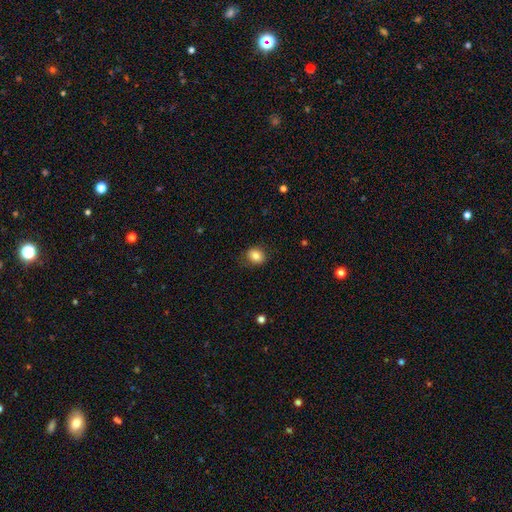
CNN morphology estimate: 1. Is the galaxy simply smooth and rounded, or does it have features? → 83% smooth, 9% star or artifact, 8% featured or disk.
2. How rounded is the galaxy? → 54% round, 45% in between, 1% cigar-shaped.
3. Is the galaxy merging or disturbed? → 80% none, 15% minor disturbance, 4% major disturbance, 1% merger.